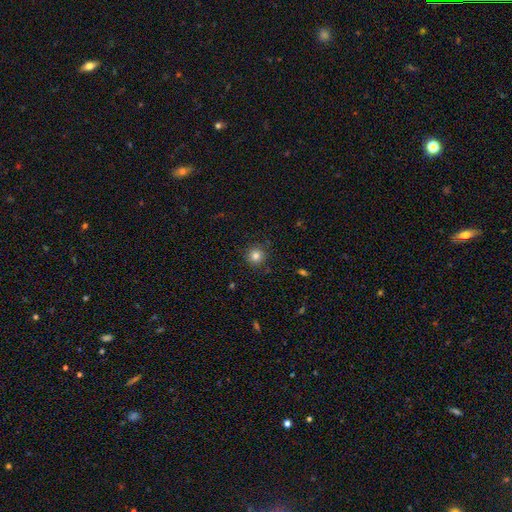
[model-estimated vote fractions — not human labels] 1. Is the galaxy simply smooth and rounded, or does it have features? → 83% smooth, 12% star or artifact, 6% featured or disk.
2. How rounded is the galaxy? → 95% round, 4% in between, 1% cigar-shaped.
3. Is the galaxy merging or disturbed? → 89% none, 7% minor disturbance, 2% major disturbance, 1% merger.